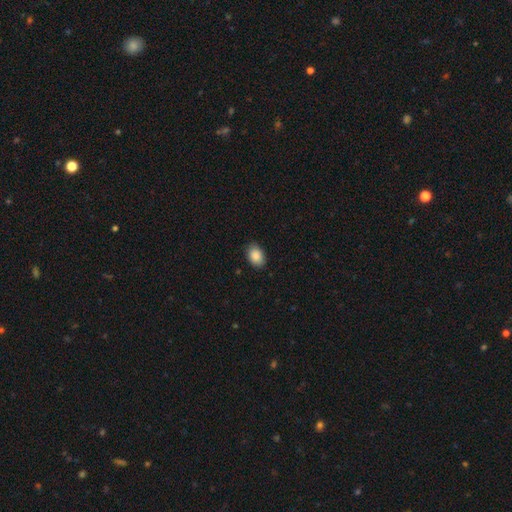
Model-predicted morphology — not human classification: Smooth or featured? Predicted: smooth (p=0.88). How rounded? Predicted: in between (p=0.81). Merging? Predicted: none (p=0.86).